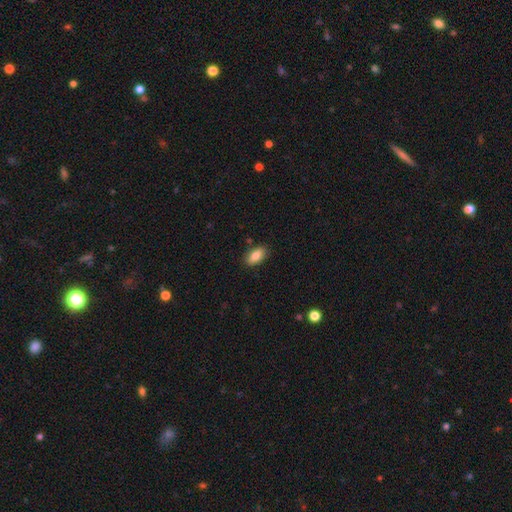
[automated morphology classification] The model was most divided on "smooth or featured": smooth: 82%, featured or disk: 10%, star or artifact: 7%. More confident: how rounded — in between (91%); merging — none (87%).